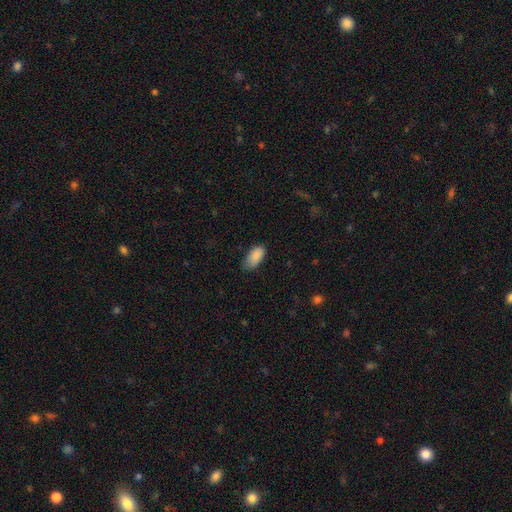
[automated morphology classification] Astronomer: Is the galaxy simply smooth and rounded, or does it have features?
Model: smooth — 88%.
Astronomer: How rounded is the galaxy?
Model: in between — 93%.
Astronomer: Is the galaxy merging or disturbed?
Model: none — 63%.